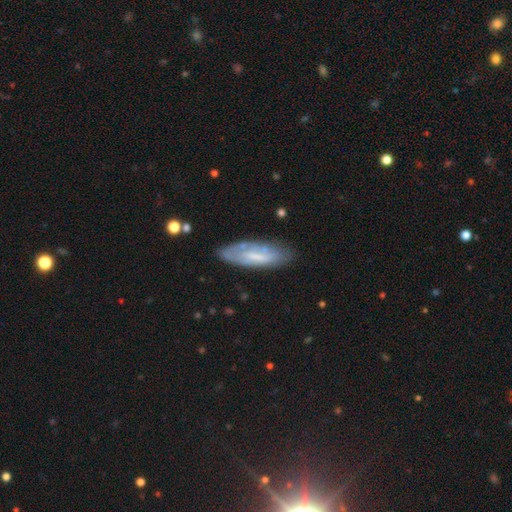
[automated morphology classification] Overall: featured or disk (47%; smooth 46%). Merging: none (71%).